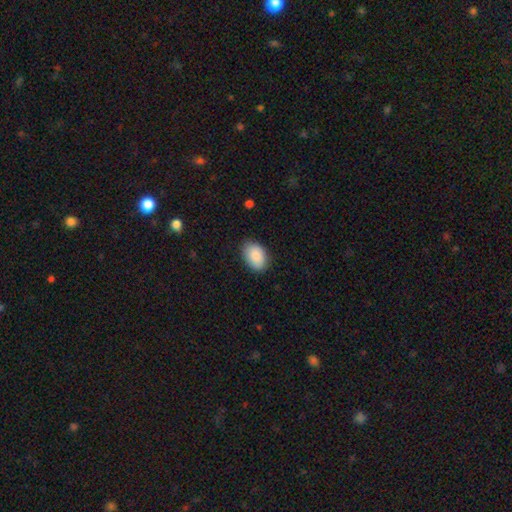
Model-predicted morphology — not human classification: Q: Smooth or featured?
A: smooth (89%); runner-up: star or artifact (6%)
Q: How rounded?
A: in between (88%); runner-up: round (11%)
Q: Merging?
A: none (84%); runner-up: minor disturbance (12%)